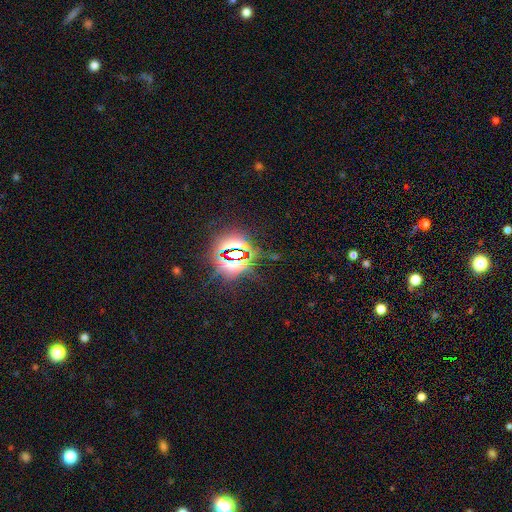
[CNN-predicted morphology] Smooth or featured? Predicted: star or artifact (p=0.84).